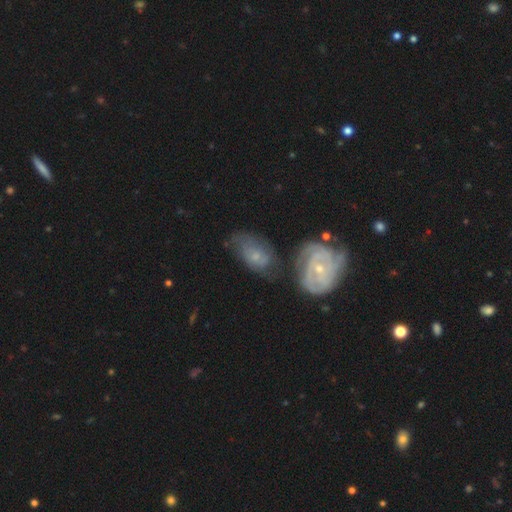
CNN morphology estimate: This is likely a featured or disk galaxy (63%). It is clearly not viewed edge-on (96%). Bar: likely no (73%). Spiral arm pattern: clearly yes (84%). Spiral arm count: marginally can't tell (43%). Spiral winding: possibly tight (56%). Central bulge: likely small (72%). Merging: marginally none (35%).